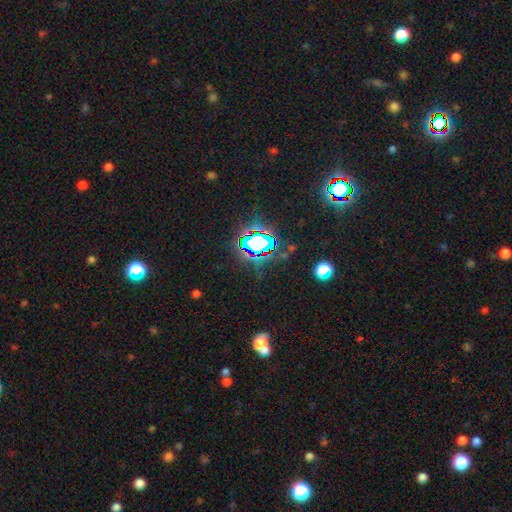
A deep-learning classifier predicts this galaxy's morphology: Smooth or featured: star or artifact — 82% (smooth — 11%)